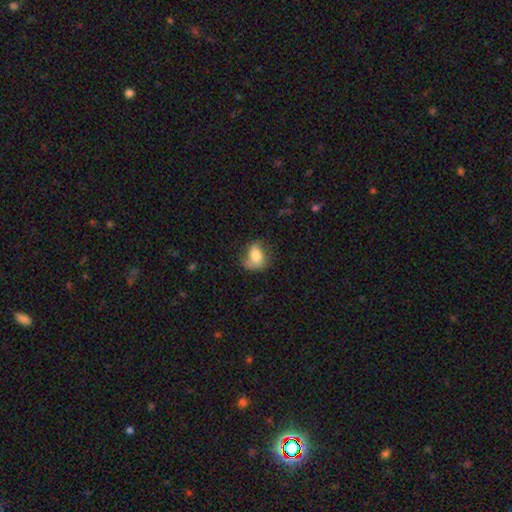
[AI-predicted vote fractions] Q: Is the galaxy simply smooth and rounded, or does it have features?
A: smooth — 61%.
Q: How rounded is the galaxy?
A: in between — 65%.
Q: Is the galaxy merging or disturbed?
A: none — 51%.